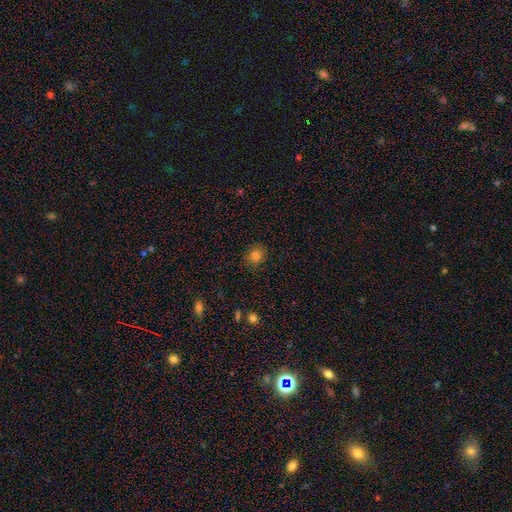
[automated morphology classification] type=smooth (79%); roundness=round (78%); merging=none (86%).